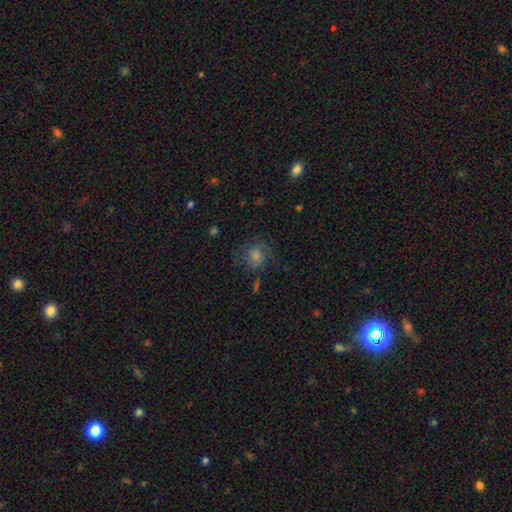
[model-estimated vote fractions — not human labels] Smooth or featured?
  - smooth: 56% *
  - star or artifact: 23%
  - featured or disk: 21%
How rounded?
  - round: 76% *
  - in between: 23%
  - cigar-shaped: 1%
Merging?
  - none: 70% *
  - minor disturbance: 18%
  - major disturbance: 10%
  - merger: 2%